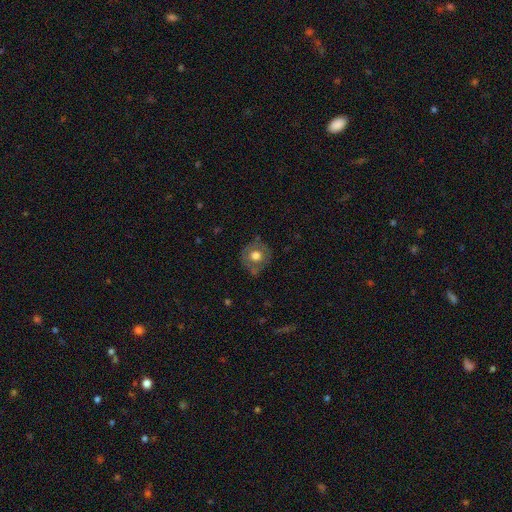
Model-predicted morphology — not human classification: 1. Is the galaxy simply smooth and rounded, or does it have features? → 60% smooth, 32% featured or disk, 8% star or artifact.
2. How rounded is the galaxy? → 89% round, 10% in between, 1% cigar-shaped.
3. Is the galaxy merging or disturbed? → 74% none, 17% minor disturbance, 6% major disturbance, 3% merger.